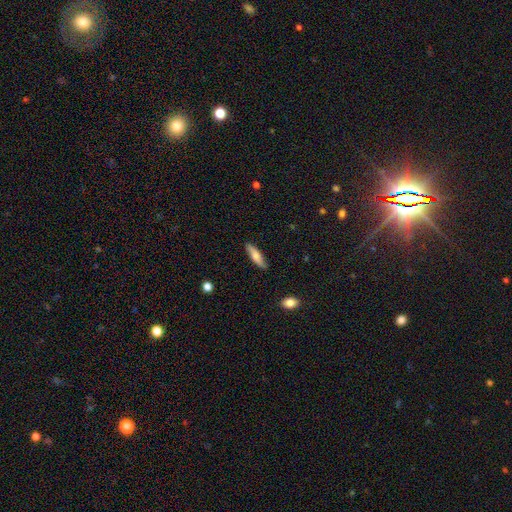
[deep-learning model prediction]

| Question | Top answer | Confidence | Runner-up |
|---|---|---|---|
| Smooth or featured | smooth | 68% | featured or disk (26%) |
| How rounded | cigar-shaped | 69% | in between (29%) |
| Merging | none | 85% | minor disturbance (12%) |